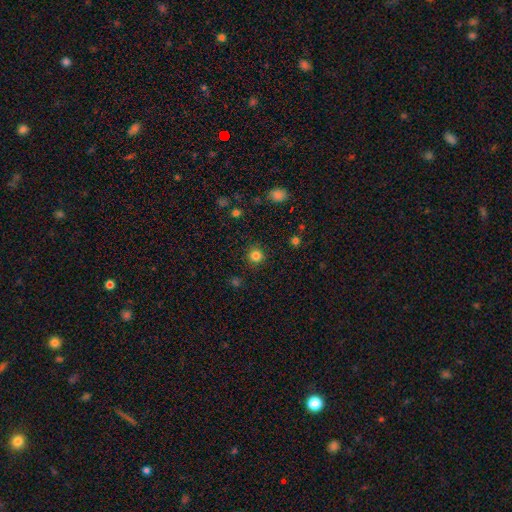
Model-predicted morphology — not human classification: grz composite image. It shows a smooth galaxy with no disk features (82%) that is round (94%). Merging: none (91%).